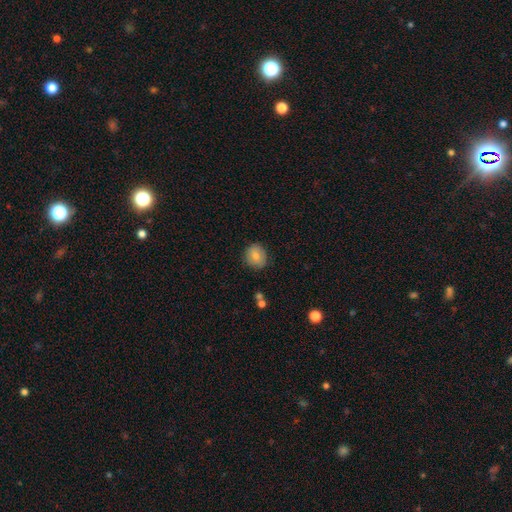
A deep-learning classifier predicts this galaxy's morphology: This appears to be a smooth galaxy with no disk features (75%) that is round (81%). Merging: none (82%).